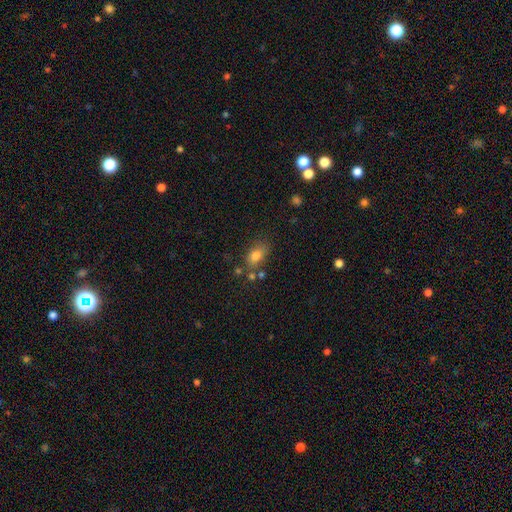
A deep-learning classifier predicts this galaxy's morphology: A smooth galaxy with no disk features (79%) that is in between round and cigar-shaped (81%). Merging: none (65%).